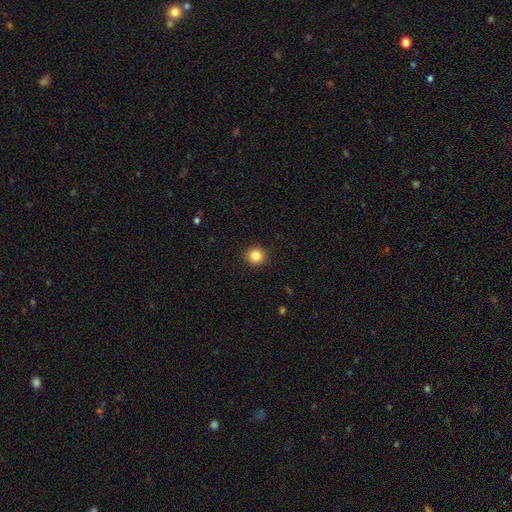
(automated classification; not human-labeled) Smooth or featured: smooth — 85% (star or artifact — 10%)
How rounded: round — 93% (in between — 6%)
Merging: none — 93% (minor disturbance — 5%)